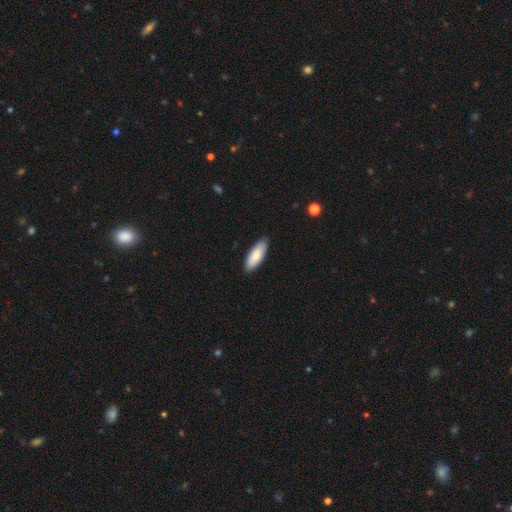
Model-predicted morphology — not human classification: Smooth or featured: smooth — 85% (featured or disk — 10%)
How rounded: in between — 71% (cigar-shaped — 27%)
Merging: none — 88% (minor disturbance — 9%)